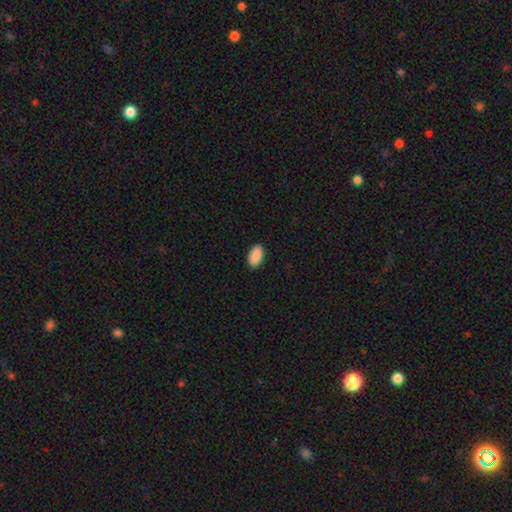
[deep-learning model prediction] A smooth galaxy with no disk features (91%) that is in between round and cigar-shaped (95%).

Vote fractions:
- Smooth or featured? smooth: 91% / star or artifact: 6% / featured or disk: 3%
- How rounded? in between: 95% / round: 3% / cigar-shaped: 2%
- Merging? none: 90% / minor disturbance: 7% / major disturbance: 2% / merger: 1%